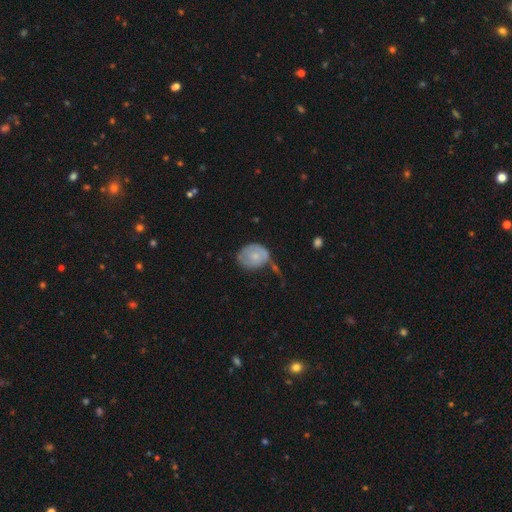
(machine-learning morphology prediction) Smooth or featured? Predicted: smooth (p=0.67). How rounded? Predicted: round (p=0.52). Merging? Predicted: none (p=0.40).